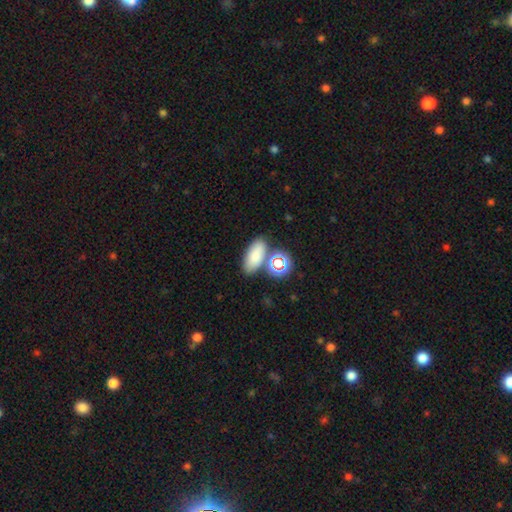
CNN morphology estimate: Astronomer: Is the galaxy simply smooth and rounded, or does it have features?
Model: smooth — 78%.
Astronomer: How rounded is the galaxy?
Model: in between — 82%.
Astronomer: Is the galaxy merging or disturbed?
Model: none — 70%.